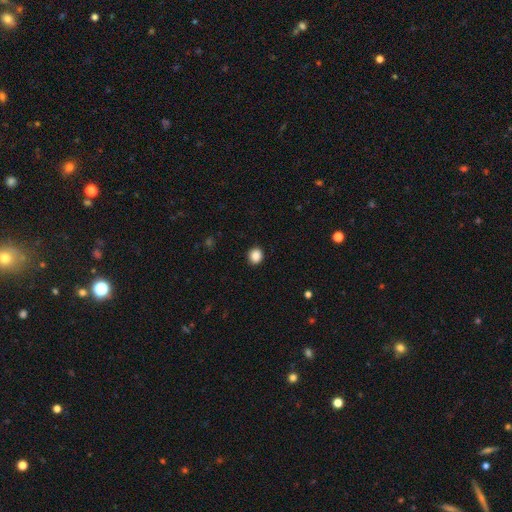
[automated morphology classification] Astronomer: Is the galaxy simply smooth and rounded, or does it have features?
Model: smooth — 87%.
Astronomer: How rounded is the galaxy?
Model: round — 85%.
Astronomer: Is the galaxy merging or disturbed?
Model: none — 92%.